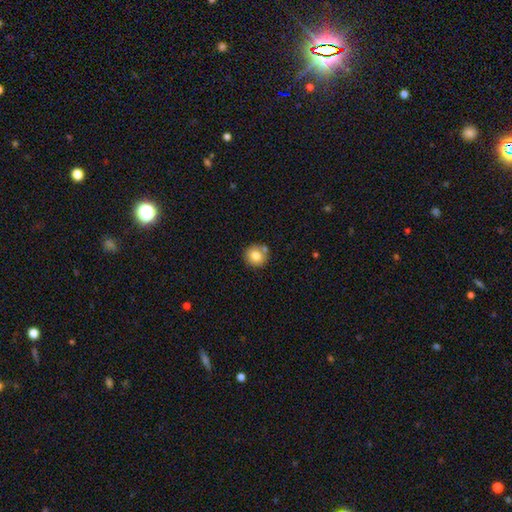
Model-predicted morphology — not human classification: This is likely a smooth galaxy (79%). How rounded: clearly round (90%). Merging: likely none (73%).